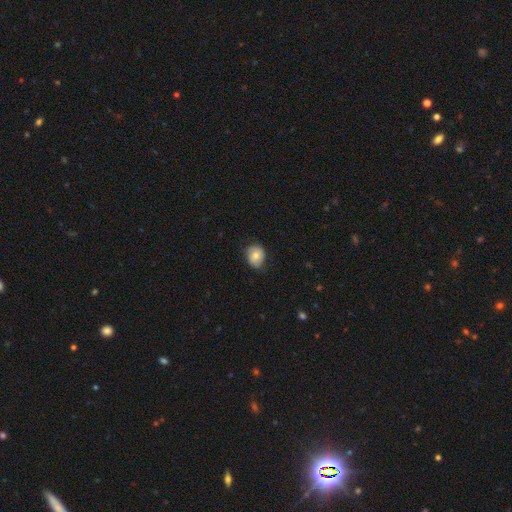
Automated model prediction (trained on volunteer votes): This appears to be a smooth galaxy with no disk features (76%) that is round (58%). Merging: none (71%).